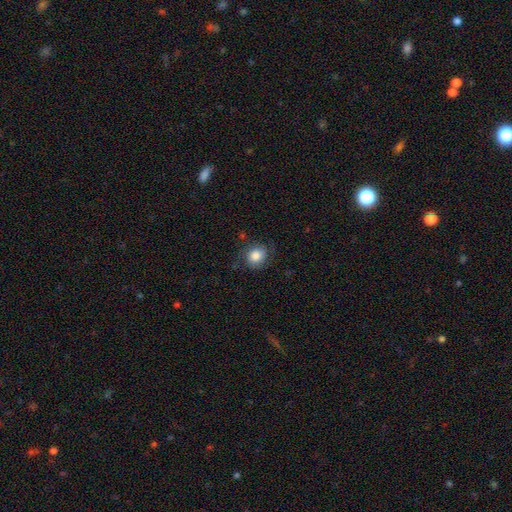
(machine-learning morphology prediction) A smooth galaxy with no disk features (80%) that is round (69%).

Vote fractions:
- Smooth or featured? smooth: 80% / featured or disk: 12% / star or artifact: 9%
- How rounded? round: 69% / in between: 30% / cigar-shaped: 1%
- Merging? none: 74% / minor disturbance: 19% / major disturbance: 6% / merger: 1%